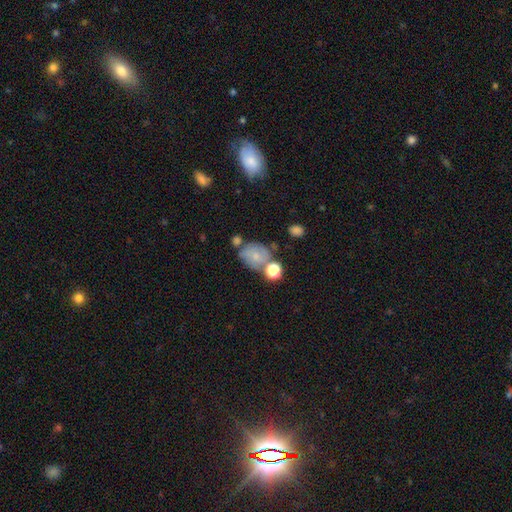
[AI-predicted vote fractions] A smooth galaxy with no disk features (59%) that is in between round and cigar-shaped (55%). Merging: none (42%).